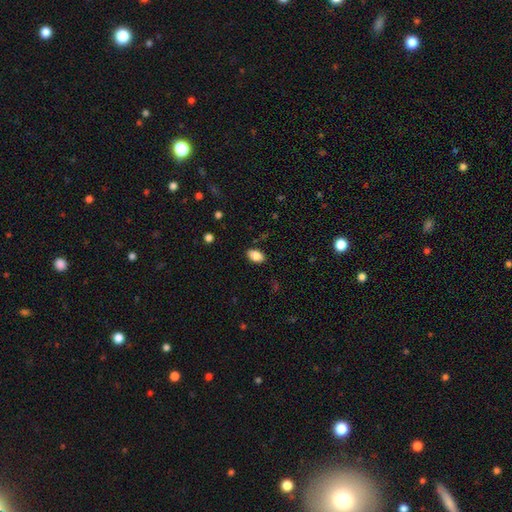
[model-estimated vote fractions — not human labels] This is clearly a smooth galaxy (87%). How rounded: clearly in between (91%). Merging: clearly none (87%).